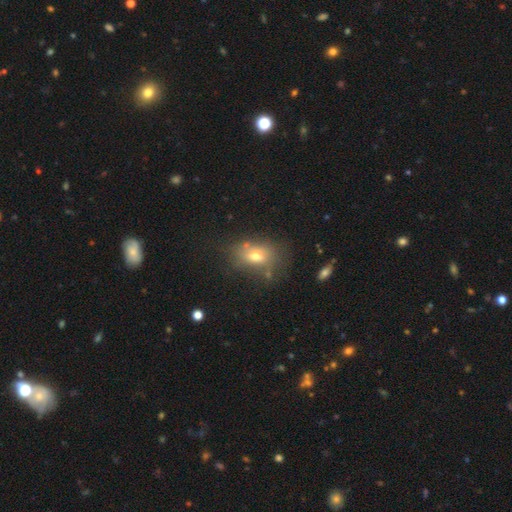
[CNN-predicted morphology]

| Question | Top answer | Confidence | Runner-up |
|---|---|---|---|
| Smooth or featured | smooth | 68% | featured or disk (19%) |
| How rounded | in between | 75% | round (22%) |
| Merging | none | 64% | minor disturbance (20%) |